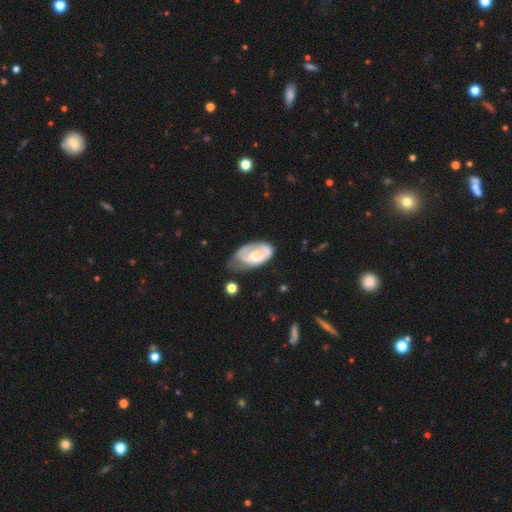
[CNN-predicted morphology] type=featured or disk (55%); edge-on=no (95%); bar=no (77%); spiral arms=yes (54%); bulge=moderate (38%); merging=minor disturbance (36%).